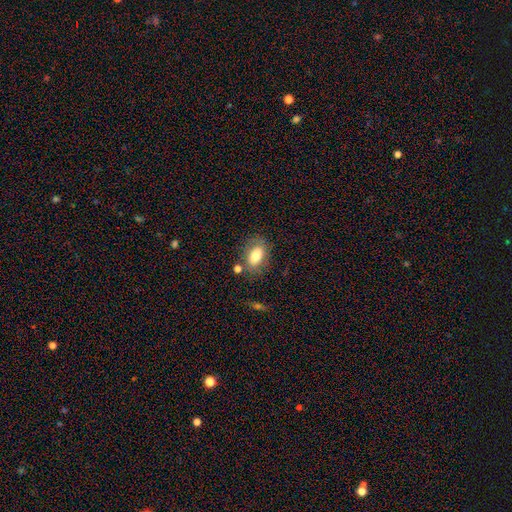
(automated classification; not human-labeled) This is likely a smooth galaxy (72%). How rounded: clearly in between (86%). Merging: likely none (70%).